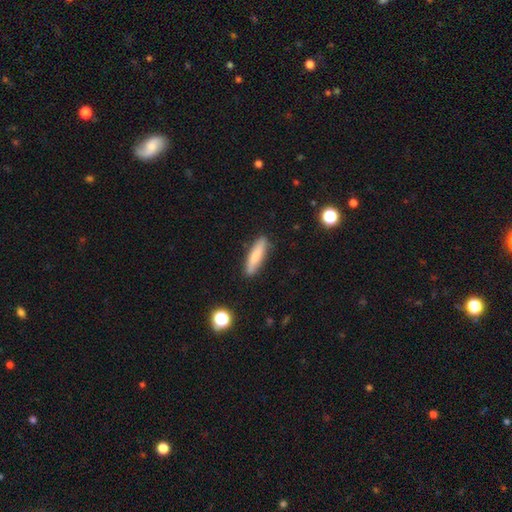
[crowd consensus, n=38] Morphology: type=smooth (68%); roundness=cigar-shaped (85%); merging=none (92%).